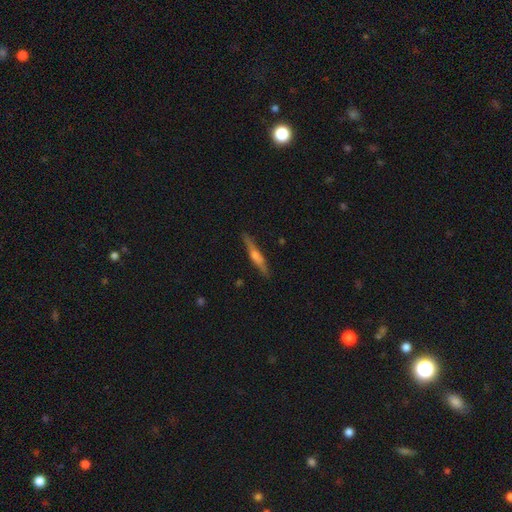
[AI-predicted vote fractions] featured or disk 59%, smooth 35%, star or artifact 6%. Down the decision tree: edge-on disk — yes (96%); edge-on bulge — rounded (78%); merging — none (88%).